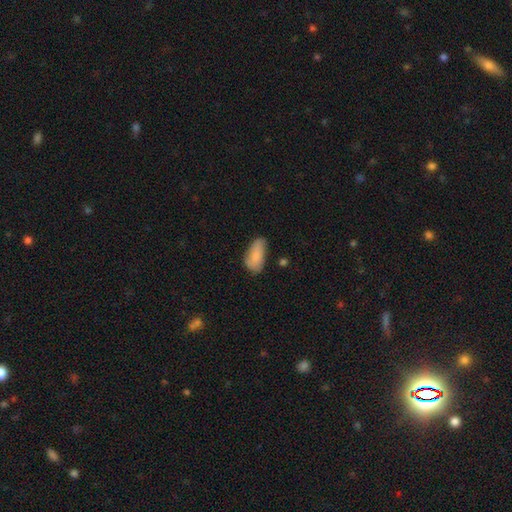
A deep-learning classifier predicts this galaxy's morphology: Smooth or featured? Predicted: smooth (p=0.83). How rounded? Predicted: in between (p=0.89). Merging? Predicted: none (p=0.56).